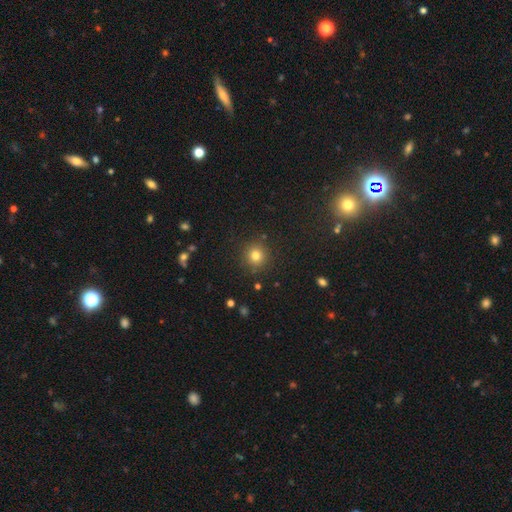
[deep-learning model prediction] Q: Smooth or featured?
A: smooth (80%); runner-up: star or artifact (14%)
Q: How rounded?
A: round (93%); runner-up: in between (6%)
Q: Merging?
A: none (89%); runner-up: minor disturbance (7%)